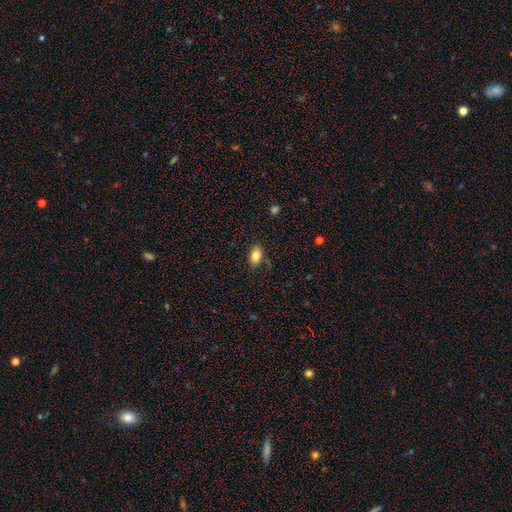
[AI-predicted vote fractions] Morphology: type=smooth (84%); roundness=in between (89%); merging=none (83%).